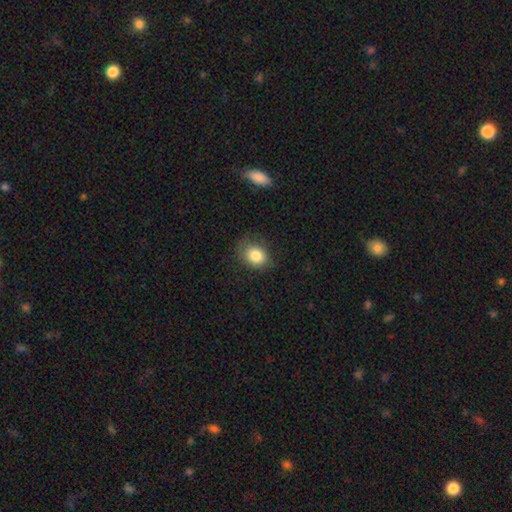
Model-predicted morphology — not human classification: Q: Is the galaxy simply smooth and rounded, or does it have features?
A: smooth — 82%.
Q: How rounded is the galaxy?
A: in between — 50%.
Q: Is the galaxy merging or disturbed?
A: none — 68%.